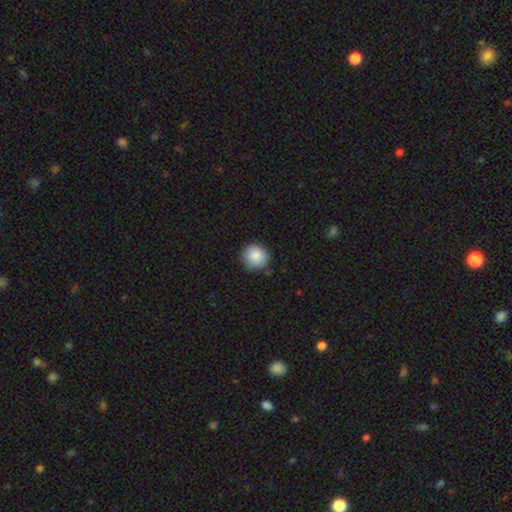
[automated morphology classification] A smooth galaxy with no disk features (86%) that is round (91%). Merging: none (84%).